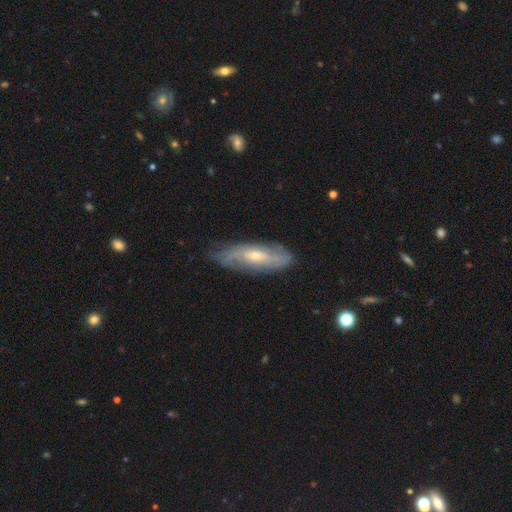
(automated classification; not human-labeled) Smooth or featured?
  - featured or disk: 73% *
  - smooth: 21%
  - star or artifact: 6%
Edge-on disk?
  - no: 78% *
  - yes: 22%
Bar?
  - no: 50% *
  - weak: 39%
  - strong: 11%
Spiral arms?
  - yes: 87% *
  - no: 13%
Bulge size?
  - small: 56% *
  - moderate: 40%
  - none: 2%
  - large: 2%
  - dominant: 1%
Merging?
  - none: 73% *
  - minor disturbance: 20%
  - major disturbance: 5%
  - merger: 2%